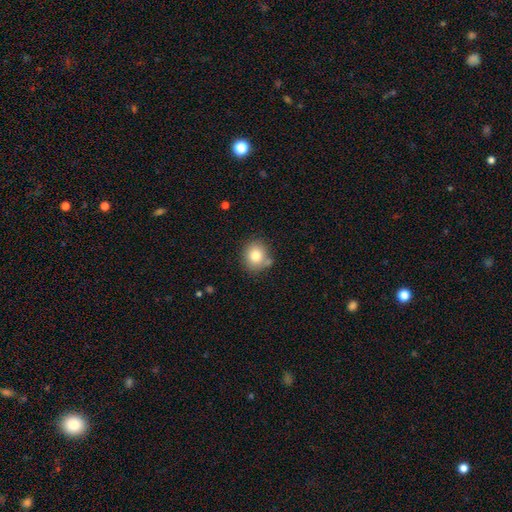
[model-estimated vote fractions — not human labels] This appears to be a smooth galaxy with no disk features (79%) that is round (79%). Merging: none (73%).